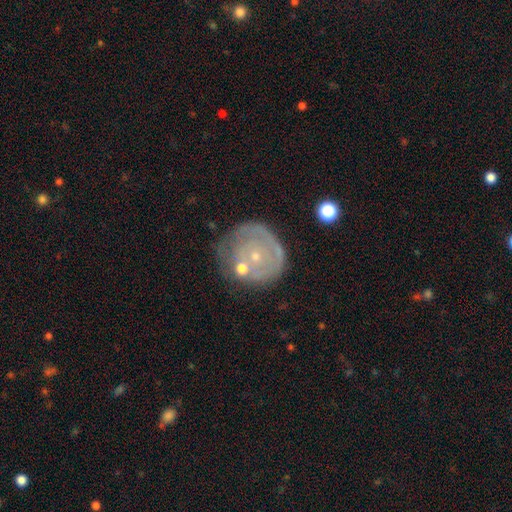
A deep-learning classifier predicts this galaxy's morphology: This appears to be a featured or disk galaxy (63%) with no bar (87%), no spiral arms (50%, tied with yes) and a small central bulge (80%). Merging: none (60%).